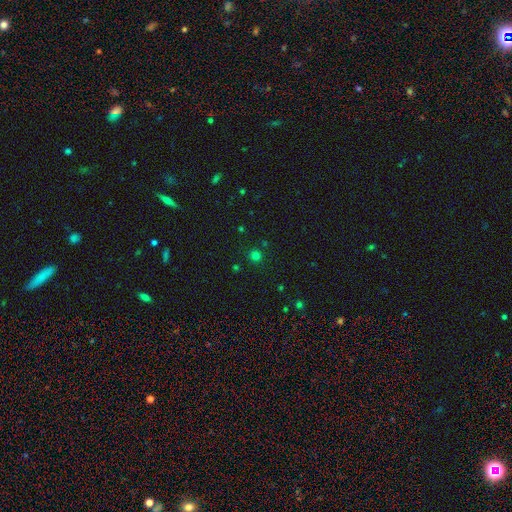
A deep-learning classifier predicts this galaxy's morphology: Smooth or featured? Predicted: smooth (p=0.73). How rounded? Predicted: round (p=0.94). Merging? Predicted: none (p=0.89).